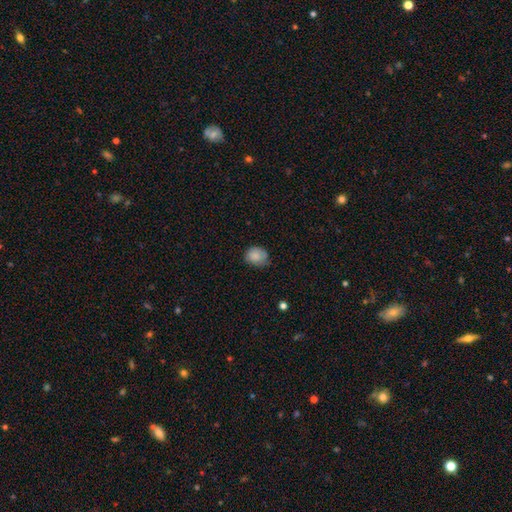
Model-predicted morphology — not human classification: Smooth or featured?
  - smooth: 83% *
  - featured or disk: 9%
  - star or artifact: 8%
How rounded?
  - round: 54% *
  - in between: 45%
  - cigar-shaped: 1%
Merging?
  - none: 63% *
  - minor disturbance: 30%
  - major disturbance: 6%
  - merger: 1%